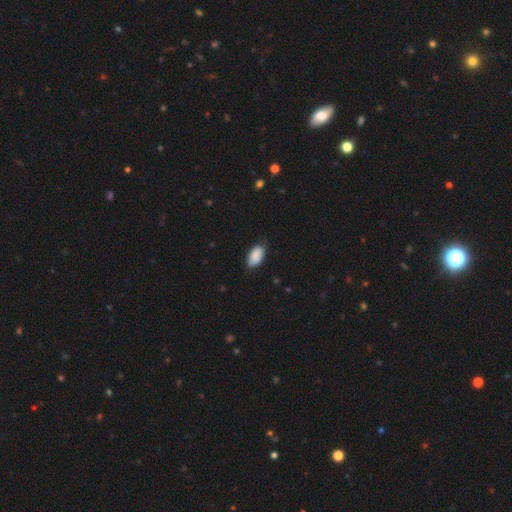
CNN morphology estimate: type=smooth (88%); roundness=in between (94%); merging=none (73%).